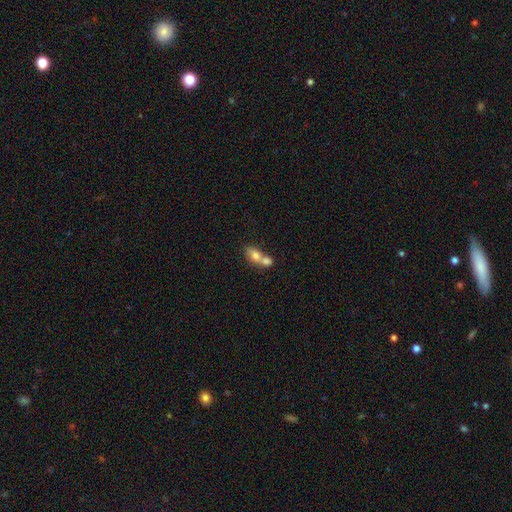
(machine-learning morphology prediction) Smooth or featured?
  - smooth: 73% *
  - featured or disk: 19%
  - star or artifact: 8%
How rounded?
  - in between: 70% *
  - round: 26%
  - cigar-shaped: 4%
Merging?
  - merger: 73% *
  - none: 18%
  - minor disturbance: 6%
  - major disturbance: 3%